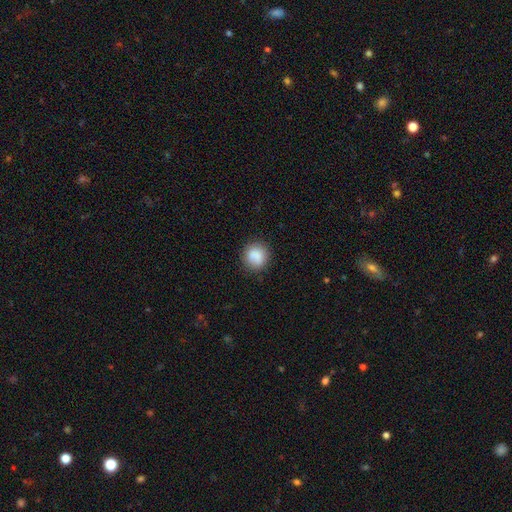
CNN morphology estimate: type=smooth (85%); roundness=round (88%); merging=none (80%).